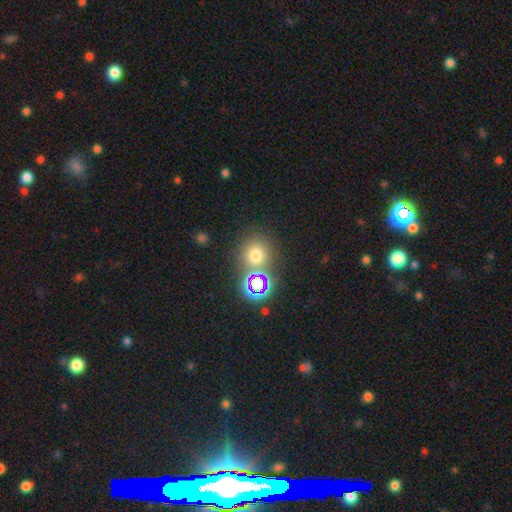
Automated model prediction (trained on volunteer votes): This is likely a smooth galaxy (64%). How rounded: clearly round (88%). Merging: likely none (73%).